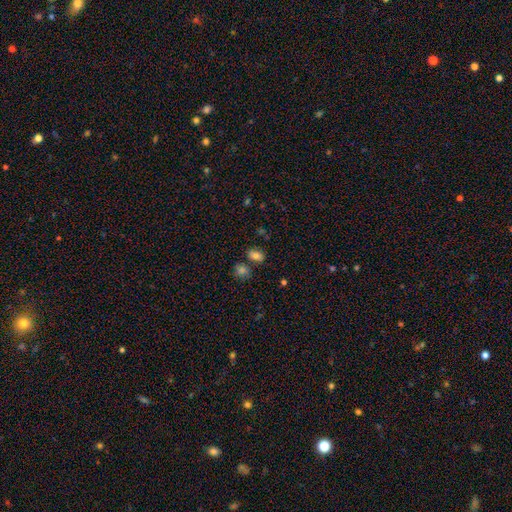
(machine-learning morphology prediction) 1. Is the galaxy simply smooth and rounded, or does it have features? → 80% smooth, 12% star or artifact, 8% featured or disk.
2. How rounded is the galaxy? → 80% in between, 18% round, 2% cigar-shaped.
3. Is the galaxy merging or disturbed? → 72% none, 13% minor disturbance, 12% merger, 3% major disturbance.